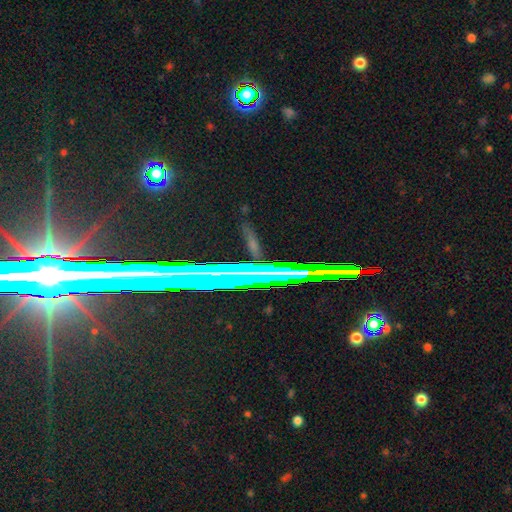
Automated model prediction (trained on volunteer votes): Smooth or featured: star or artifact — 58% (featured or disk — 30%)